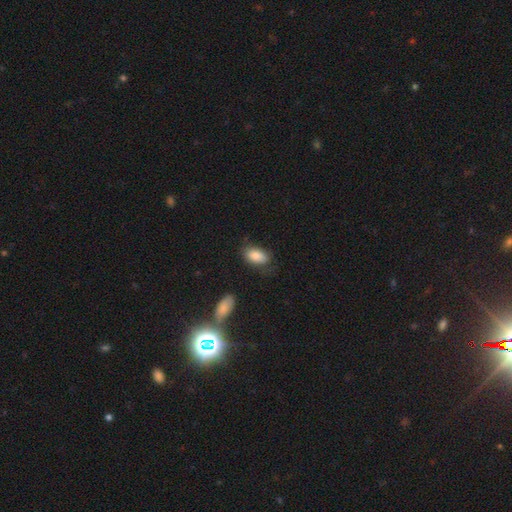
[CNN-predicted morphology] Smooth or featured: smooth — 84% (featured or disk — 9%)
How rounded: in between — 92% (round — 5%)
Merging: none — 68% (minor disturbance — 22%)